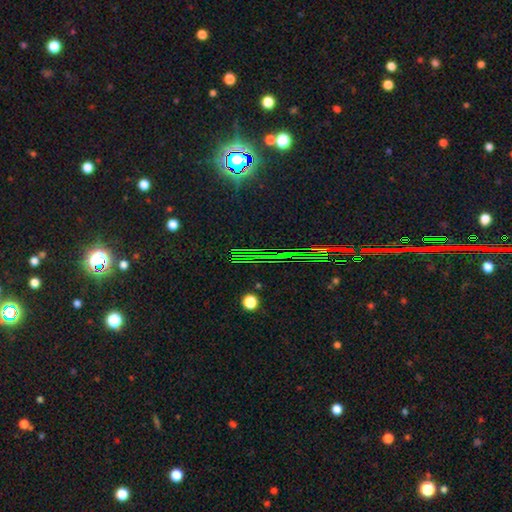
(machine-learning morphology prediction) Q: Smooth or featured?
A: star or artifact (77%); runner-up: smooth (13%)